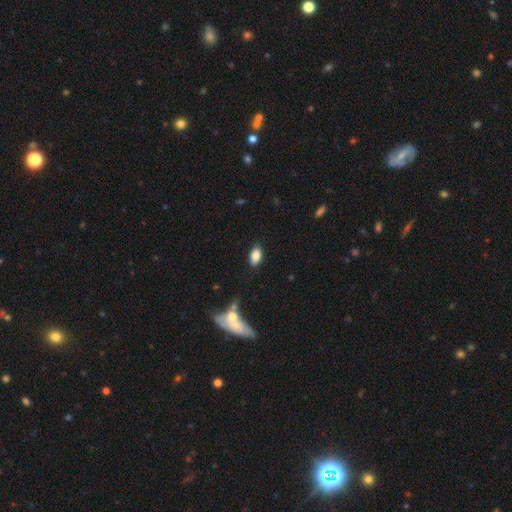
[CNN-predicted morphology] type=smooth (82%); roundness=in between (91%); merging=none (82%).